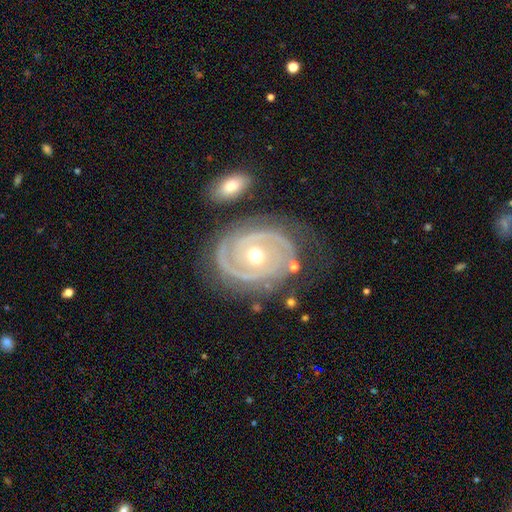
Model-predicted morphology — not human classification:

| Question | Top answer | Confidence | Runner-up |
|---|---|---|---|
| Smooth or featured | featured or disk | 92% | smooth (4%) |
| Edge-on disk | no | 97% | yes (3%) |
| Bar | no | 71% | weak (21%) |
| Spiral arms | yes | 97% | no (3%) |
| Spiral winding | tight | 73% | medium (22%) |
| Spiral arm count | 2 | 71% | 3 (12%) |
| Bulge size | moderate | 68% | small (28%) |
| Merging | none | 71% | minor disturbance (17%) |